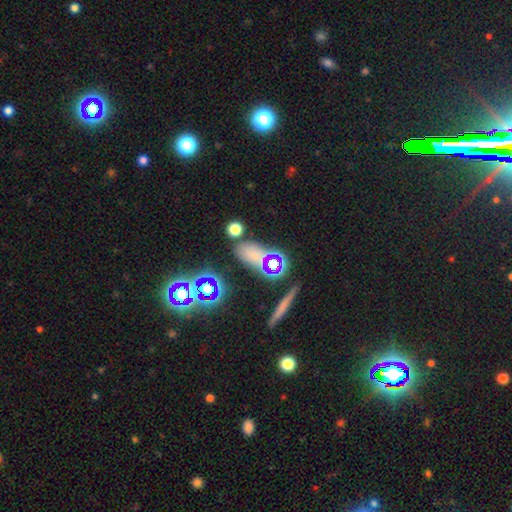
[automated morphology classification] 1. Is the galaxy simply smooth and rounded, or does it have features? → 50% smooth, 33% star or artifact, 17% featured or disk.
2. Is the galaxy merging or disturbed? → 66% none, 16% minor disturbance, 11% merger, 7% major disturbance.